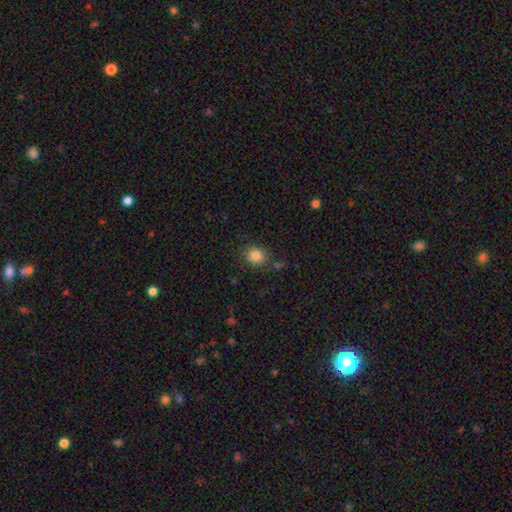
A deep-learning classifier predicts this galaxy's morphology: Q: Smooth or featured?
A: smooth (84%); runner-up: star or artifact (11%)
Q: How rounded?
A: round (73%); runner-up: in between (26%)
Q: Merging?
A: none (80%); runner-up: minor disturbance (12%)